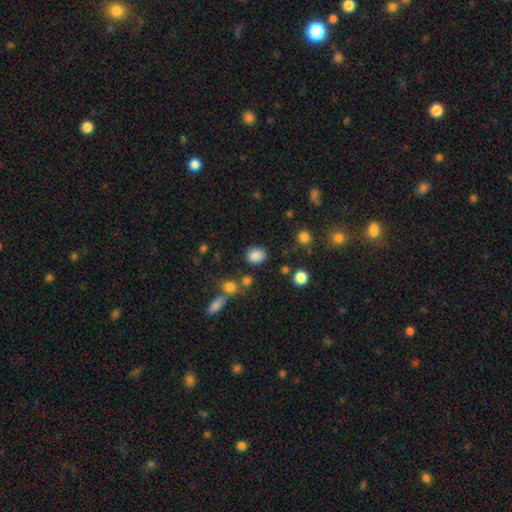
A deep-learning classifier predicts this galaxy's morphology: Smooth or featured: smooth — 84% (star or artifact — 12%)
How rounded: round — 62% (in between — 37%)
Merging: none — 79% (minor disturbance — 11%)